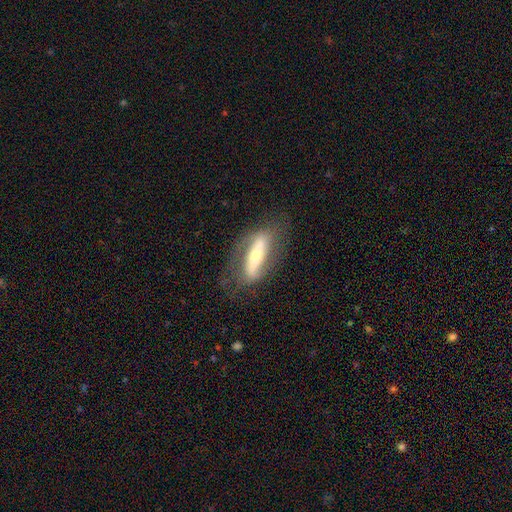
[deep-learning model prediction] Overall: featured or disk (67%). Edge-on disk: no (64%; yes 36%). Merging: none (70%).